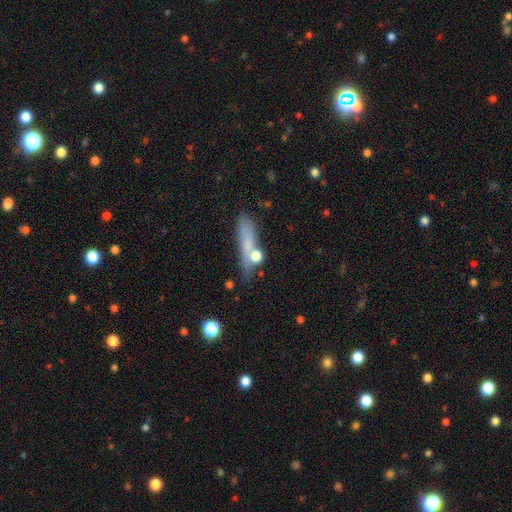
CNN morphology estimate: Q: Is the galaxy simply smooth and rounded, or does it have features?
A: smooth — 63%.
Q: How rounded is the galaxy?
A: cigar-shaped — 45%.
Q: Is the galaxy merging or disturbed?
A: none — 54%.